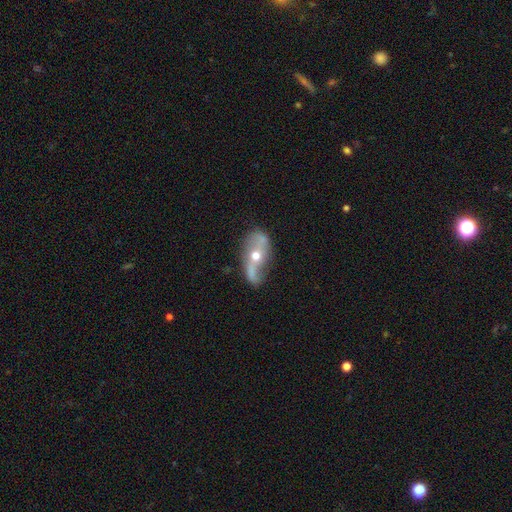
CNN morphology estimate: smooth-or-featured: featured or disk: 79% | smooth: 14% | star or artifact: 7%
  disk-edge-on: no: 89% | yes: 11%
    bar: no: 55% | weak: 25% | strong: 20%
    has-spiral-arms: yes: 84% | no: 16%
      spiral-winding: loose: 75% | medium: 18% | tight: 7%
      spiral-arm-count: 2: 89% | can't tell: 4% | 1: 4% | 3: 1% | 4: 1% | more than 4: 1%
    bulge-size: moderate: 70% | small: 25% | large: 3% | none: 1% | dominant: 1%
  merging: none: 65% | minor disturbance: 22% | major disturbance: 9% | merger: 4%